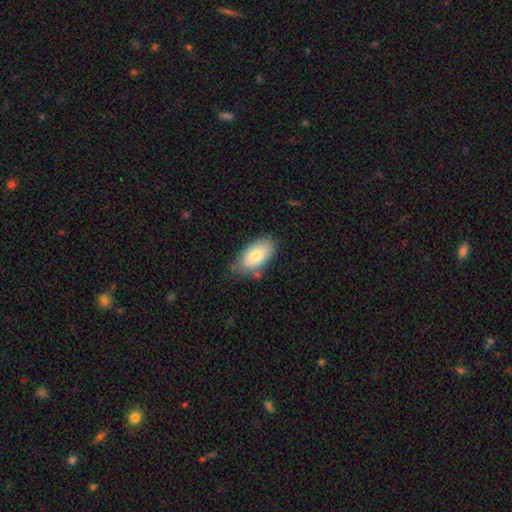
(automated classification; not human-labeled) Q: Smooth or featured?
A: smooth (78%); runner-up: featured or disk (15%)
Q: How rounded?
A: in between (93%); runner-up: round (4%)
Q: Merging?
A: none (72%); runner-up: minor disturbance (20%)